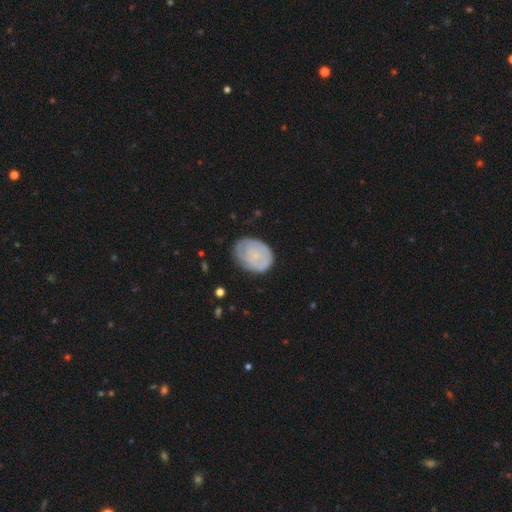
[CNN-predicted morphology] This appears to be a smooth galaxy with no disk features (51%) that is in between round and cigar-shaped (63%). Merging: none (71%).